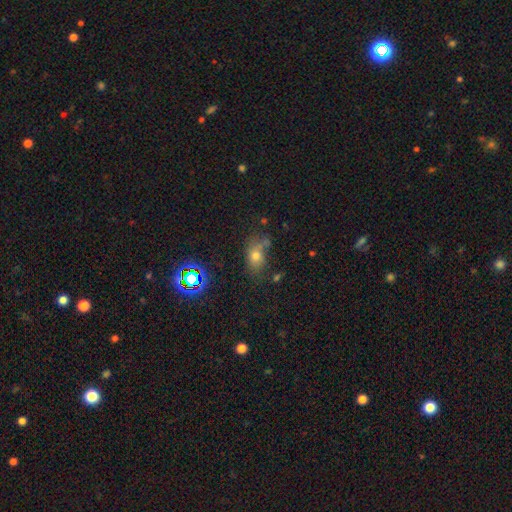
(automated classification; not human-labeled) smooth-or-featured: smooth: 65% | star or artifact: 22% | featured or disk: 12%
  how-rounded: in between: 70% | round: 27% | cigar-shaped: 3%
  merging: none: 56% | minor disturbance: 22% | merger: 12% | major disturbance: 10%